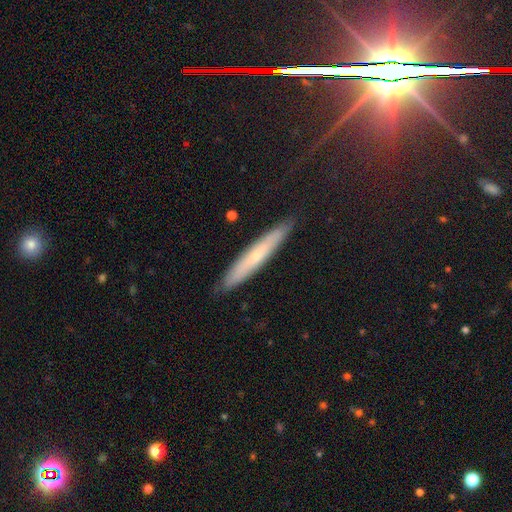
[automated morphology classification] Smooth or featured? Predicted: smooth (p=0.47). Merging? Predicted: none (p=0.89).